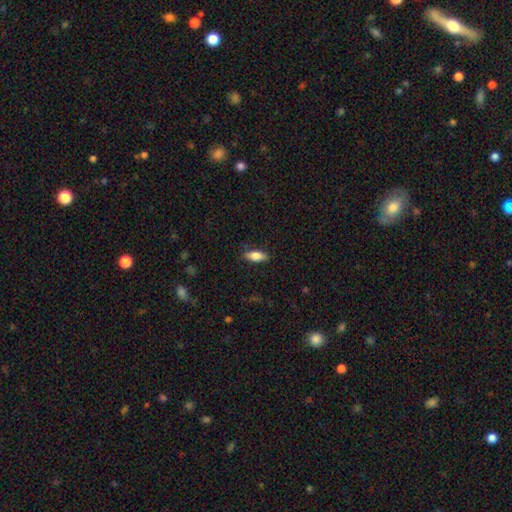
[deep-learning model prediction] This appears to be a smooth galaxy with no disk features (80%) that is in between round and cigar-shaped (79%). Merging: none (85%).